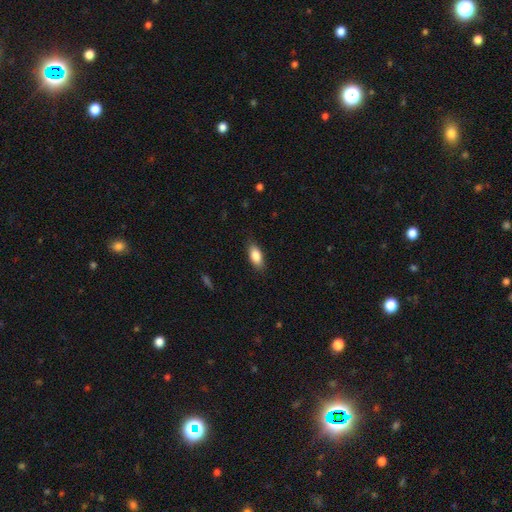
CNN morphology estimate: A smooth galaxy with no disk features (85%) that is in between round and cigar-shaped (84%).

Vote fractions:
- Smooth or featured? smooth: 85% / featured or disk: 8% / star or artifact: 7%
- How rounded? in between: 84% / cigar-shaped: 12% / round: 3%
- Merging? none: 84% / minor disturbance: 12% / major disturbance: 3% / merger: 1%